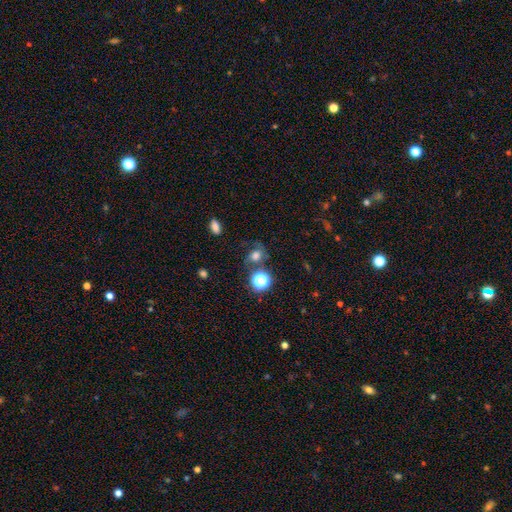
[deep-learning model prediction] This appears to be a smooth galaxy with no disk features (53%) that is round (66%). Merging: none (56%).